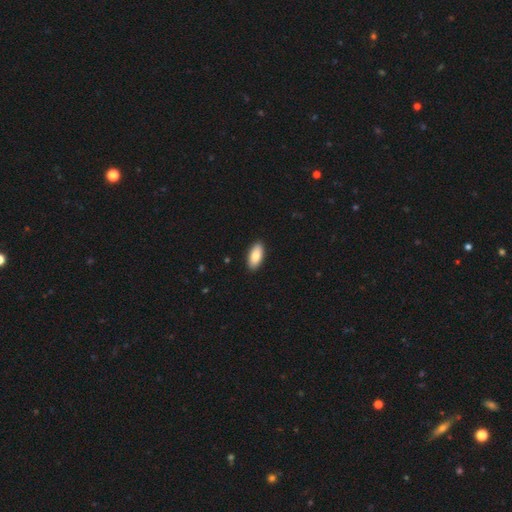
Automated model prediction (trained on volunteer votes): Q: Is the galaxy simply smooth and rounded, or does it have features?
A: smooth — 87%.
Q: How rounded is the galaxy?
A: in between — 91%.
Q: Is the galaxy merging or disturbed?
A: none — 90%.